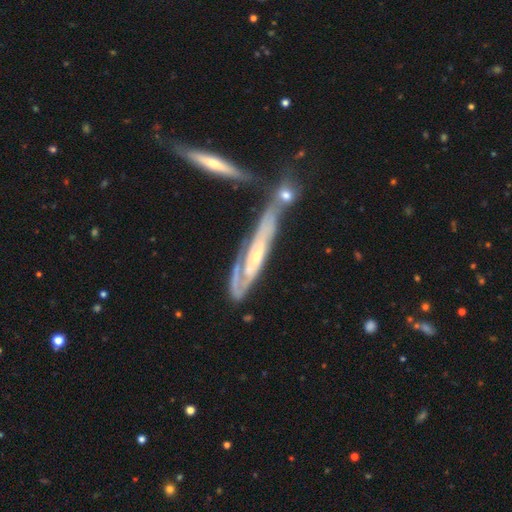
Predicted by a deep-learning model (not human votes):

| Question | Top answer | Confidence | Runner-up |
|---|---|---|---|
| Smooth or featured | featured or disk | 77% | smooth (16%) |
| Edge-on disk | no | 52% | yes (48%) |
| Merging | none | 51% | merger (20%) |